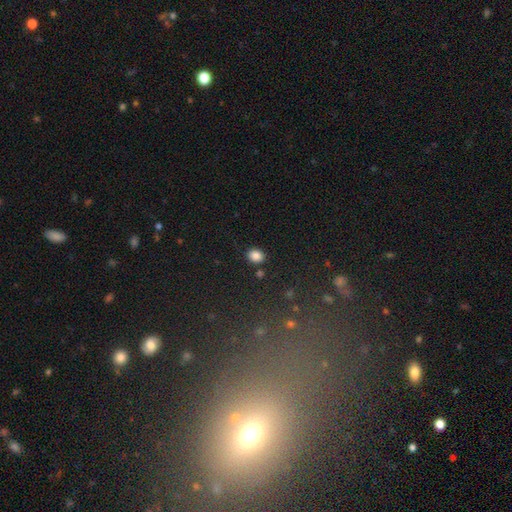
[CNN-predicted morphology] A smooth galaxy with no disk features (85%) that is round (54%).

Vote fractions:
- Smooth or featured? smooth: 85% / star or artifact: 11% / featured or disk: 4%
- How rounded? round: 54% / in between: 45% / cigar-shaped: 1%
- Merging? none: 85% / minor disturbance: 9% / merger: 3% / major disturbance: 3%